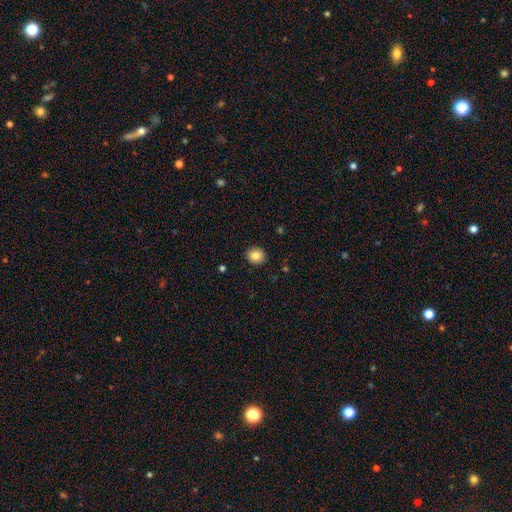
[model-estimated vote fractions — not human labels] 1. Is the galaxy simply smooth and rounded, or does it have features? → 86% smooth, 9% star or artifact, 5% featured or disk.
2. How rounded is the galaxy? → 75% round, 24% in between, 1% cigar-shaped.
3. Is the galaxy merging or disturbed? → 91% none, 6% minor disturbance, 2% major disturbance, 1% merger.